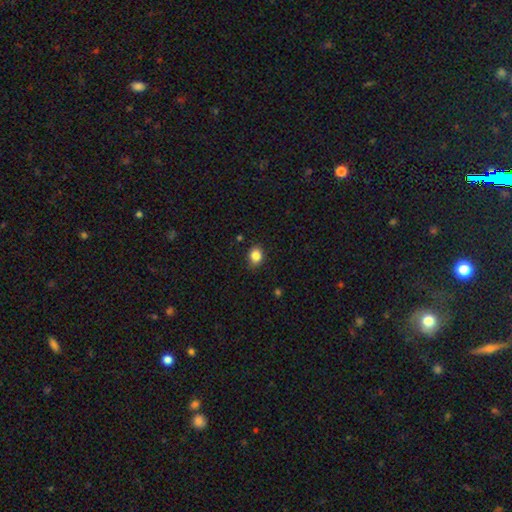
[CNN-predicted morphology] This appears to be a smooth galaxy with no disk features (85%) that is in between round and cigar-shaped (51%). Merging: none (85%).